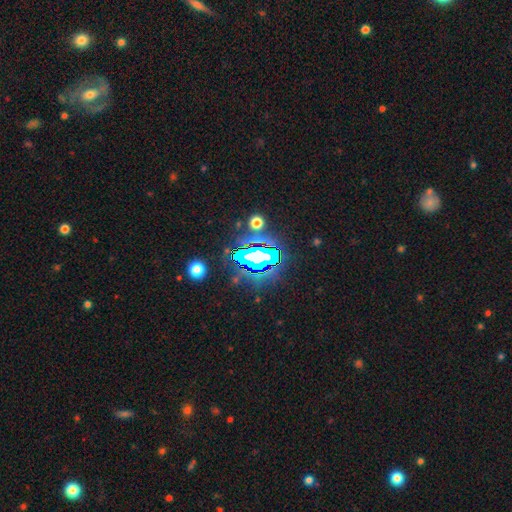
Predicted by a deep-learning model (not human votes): Smooth or featured: star or artifact — 68% (smooth — 17%)